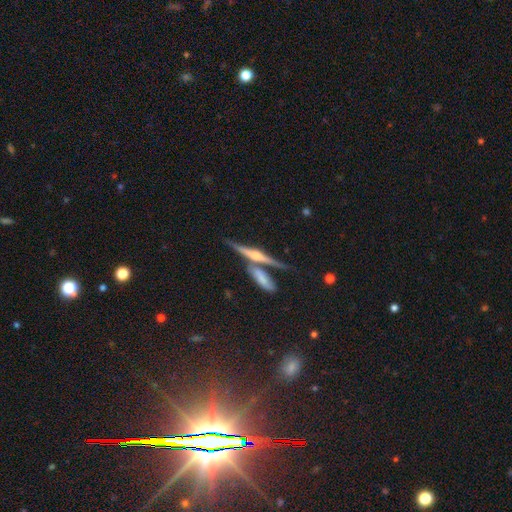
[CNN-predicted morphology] smooth-or-featured: featured or disk: 76% | smooth: 17% | star or artifact: 7%
  disk-edge-on: yes: 96% | no: 4%
    edge-on-bulge: rounded: 84% | boxy: 9% | none: 7%
  merging: none: 66% | merger: 20% | minor disturbance: 11% | major disturbance: 3%